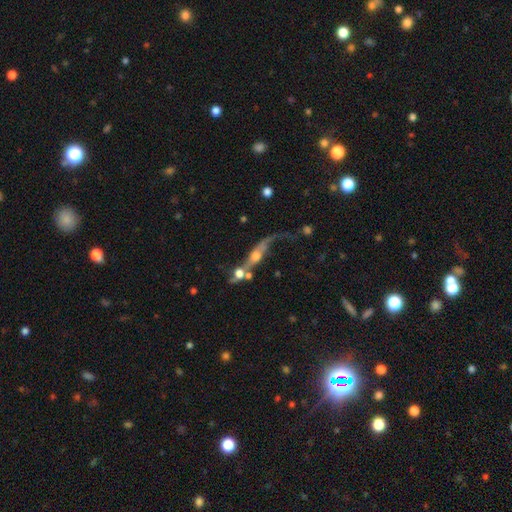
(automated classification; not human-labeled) smooth_or_featured: featured or disk (p=0.62) [alt: smooth p=0.24]
disk_edge_on: no (p=0.59) [alt: yes p=0.41]
merging: merger (p=0.41) [alt: none p=0.24]